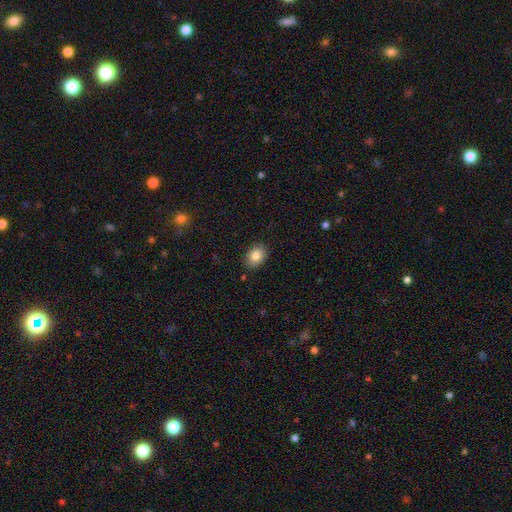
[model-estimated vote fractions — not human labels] Q: Smooth or featured?
A: smooth (84%); runner-up: star or artifact (8%)
Q: How rounded?
A: in between (67%); runner-up: round (33%)
Q: Merging?
A: none (88%); runner-up: minor disturbance (9%)